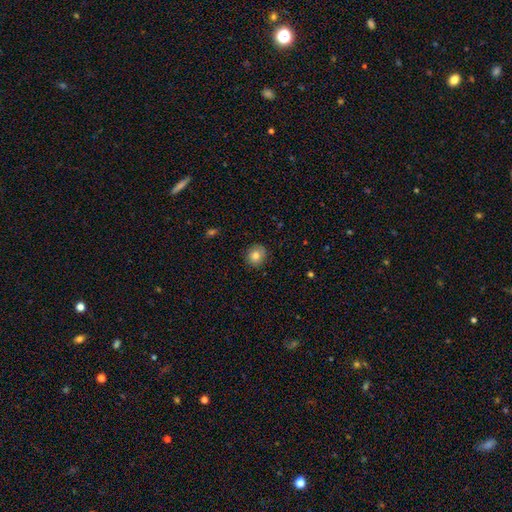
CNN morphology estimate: smooth-or-featured: smooth: 80% | featured or disk: 11% | star or artifact: 9%
  how-rounded: round: 84% | in between: 15% | cigar-shaped: 1%
  merging: none: 87% | minor disturbance: 10% | major disturbance: 2% | merger: 1%